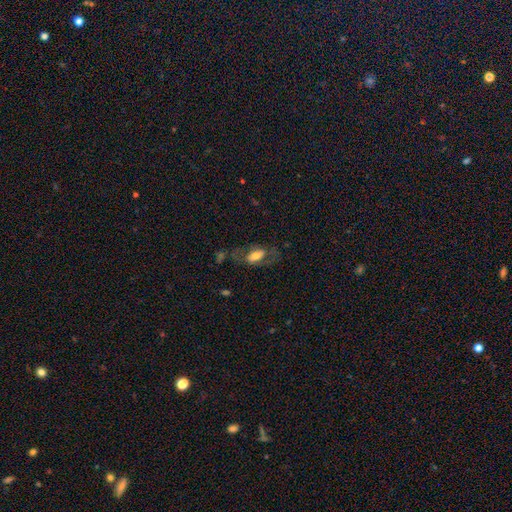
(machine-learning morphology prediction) Overall: smooth (51%; featured or disk 41%). How rounded: in between (86%). Merging: none (58%; major disturbance 21%).